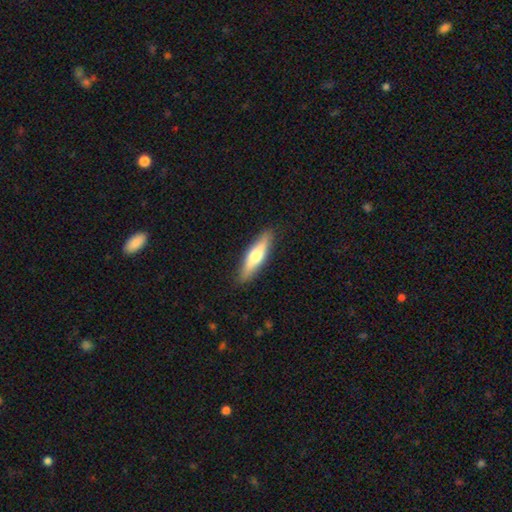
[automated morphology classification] smooth 58%, featured or disk 37%, star or artifact 5%. Down the decision tree: how rounded — cigar-shaped (72%); merging — none (88%).